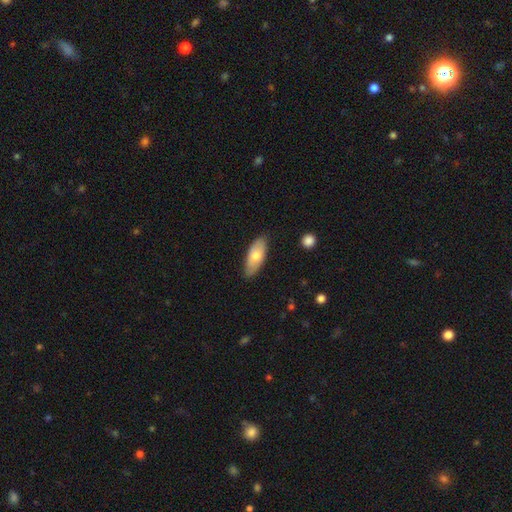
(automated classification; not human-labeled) Morphology: type=smooth (69%); roundness=in between (81%); merging=none (82%).